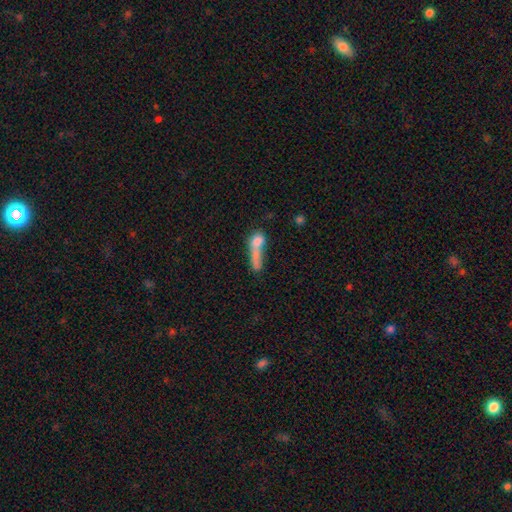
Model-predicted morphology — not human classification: type=smooth (67%); roundness=cigar-shaped (53%); merging=merger (44%).